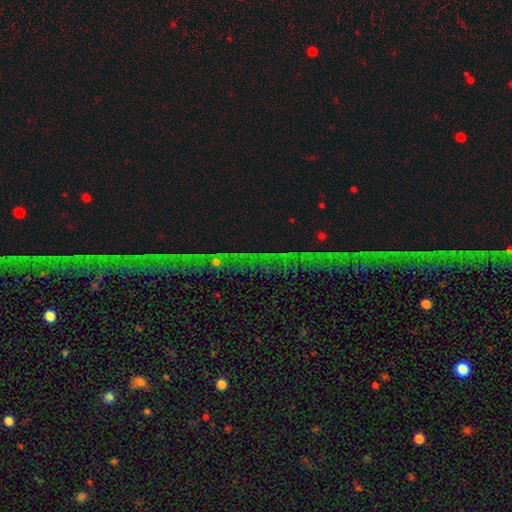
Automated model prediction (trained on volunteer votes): Smooth or featured: star or artifact — 74% (featured or disk — 15%)